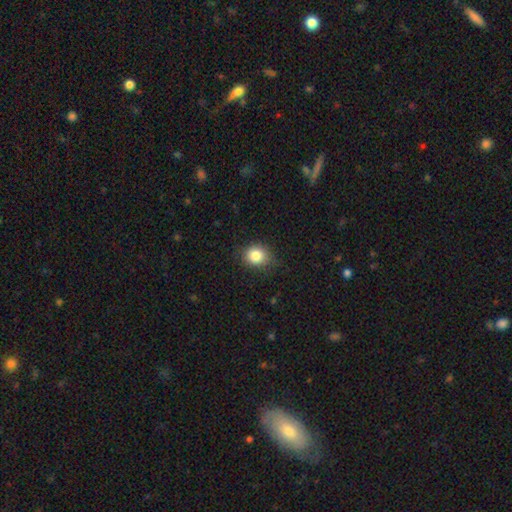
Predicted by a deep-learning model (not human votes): smooth-or-featured: smooth: 83% | star or artifact: 11% | featured or disk: 6%
  how-rounded: round: 69% | in between: 30% | cigar-shaped: 1%
  merging: none: 79% | minor disturbance: 17% | major disturbance: 3% | merger: 1%